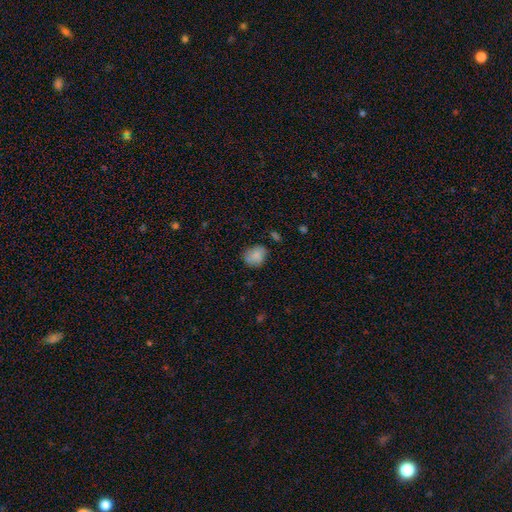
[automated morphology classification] Smooth or featured?
  - smooth: 84% *
  - star or artifact: 8%
  - featured or disk: 8%
How rounded?
  - round: 57% *
  - in between: 42%
  - cigar-shaped: 1%
Merging?
  - none: 71% *
  - minor disturbance: 21%
  - major disturbance: 5%
  - merger: 3%